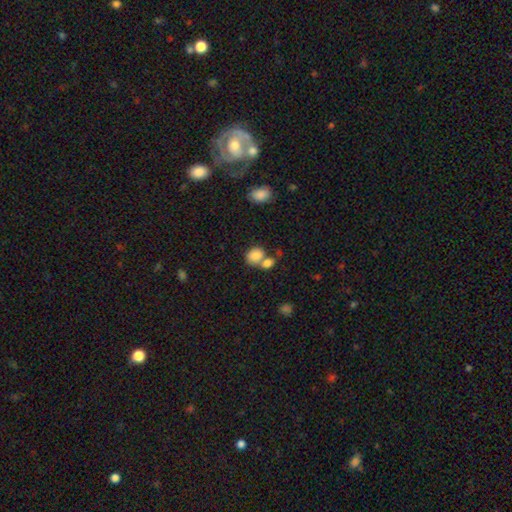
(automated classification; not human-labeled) smooth 83%, star or artifact 9%, featured or disk 8%. Down the decision tree: how rounded — in between (61%); merging — merger (49%).